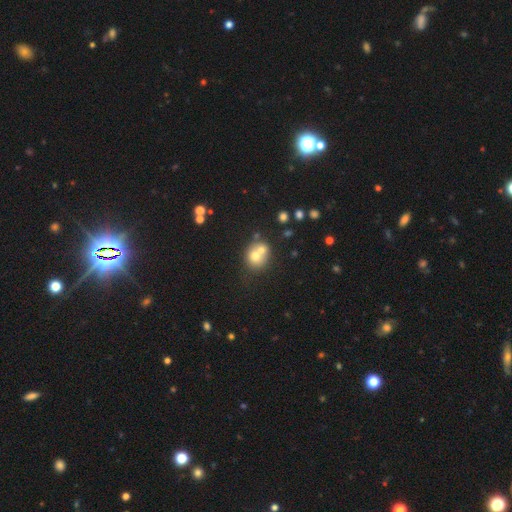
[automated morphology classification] A smooth galaxy with no disk features (66%) that is round (75%). Merging: merger (57%).